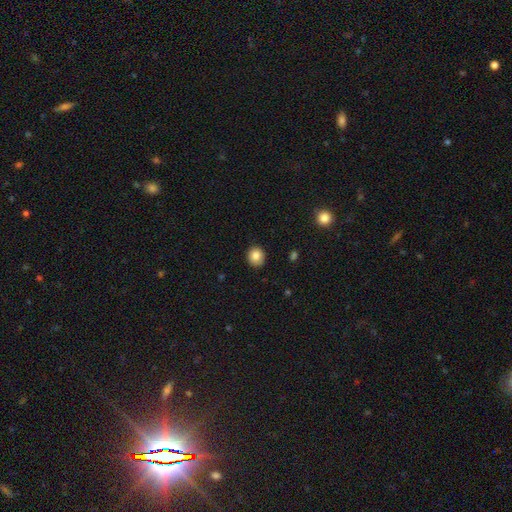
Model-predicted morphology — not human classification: The model was most divided on "how rounded": round: 80%, in between: 19%, cigar-shaped: 1%. More confident: merging — none (89%); smooth or featured — smooth (83%).